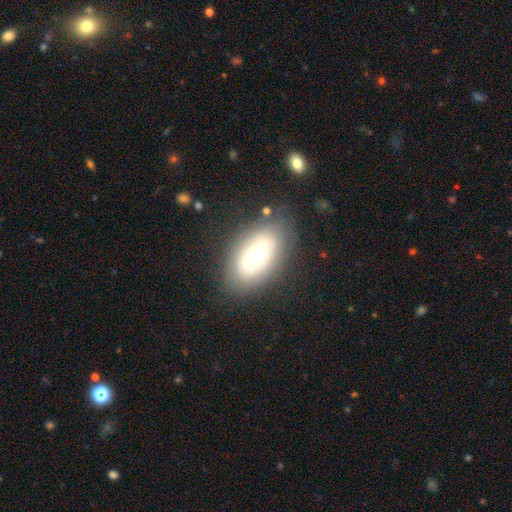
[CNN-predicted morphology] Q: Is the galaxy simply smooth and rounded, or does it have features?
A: smooth — 53%.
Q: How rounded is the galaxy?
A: in between — 90%.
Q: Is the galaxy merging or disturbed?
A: none — 76%.